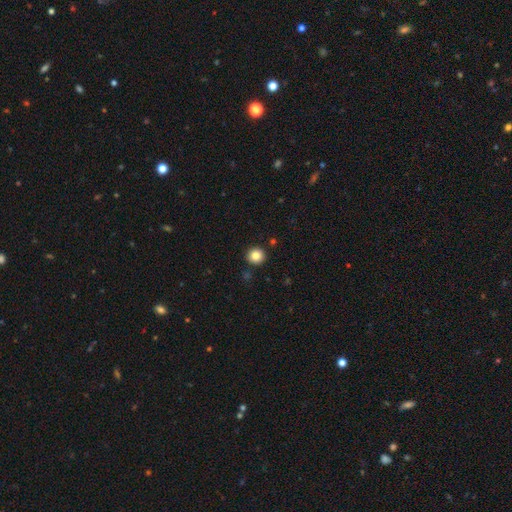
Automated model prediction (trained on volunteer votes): A smooth galaxy with no disk features (84%) that is round (91%).

Vote fractions:
- Smooth or featured? smooth: 84% / star or artifact: 10% / featured or disk: 5%
- How rounded? round: 91% / in between: 8% / cigar-shaped: 1%
- Merging? none: 91% / minor disturbance: 5% / merger: 2% / major disturbance: 2%